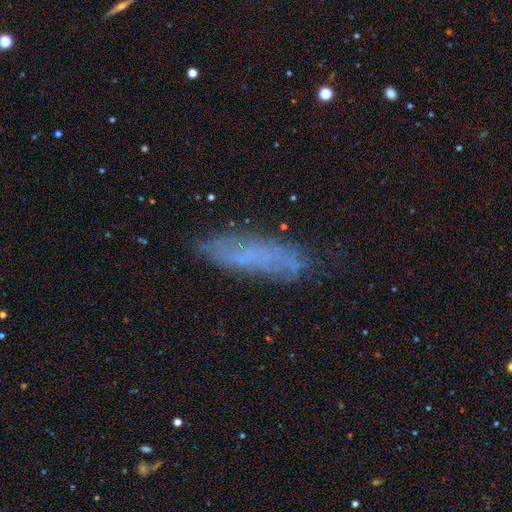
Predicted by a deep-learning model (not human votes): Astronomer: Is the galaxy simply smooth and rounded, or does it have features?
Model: smooth — 51% (runner-up: featured or disk, 34%).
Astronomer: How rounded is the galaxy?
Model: cigar-shaped — 66%.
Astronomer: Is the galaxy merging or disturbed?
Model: none — 77%.